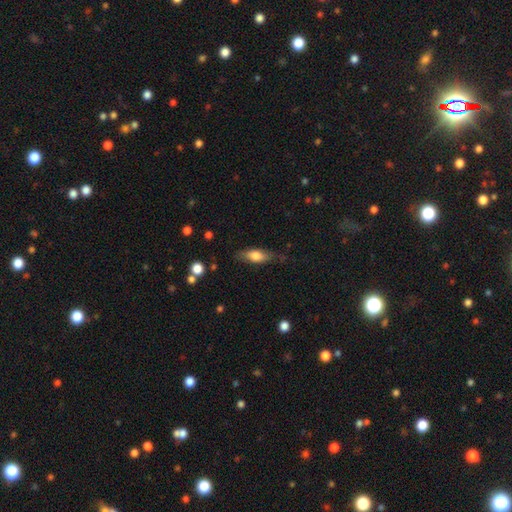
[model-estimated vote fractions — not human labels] A smooth galaxy with no disk features (66%) that is in between round and cigar-shaped (67%). Merging: none (74%).